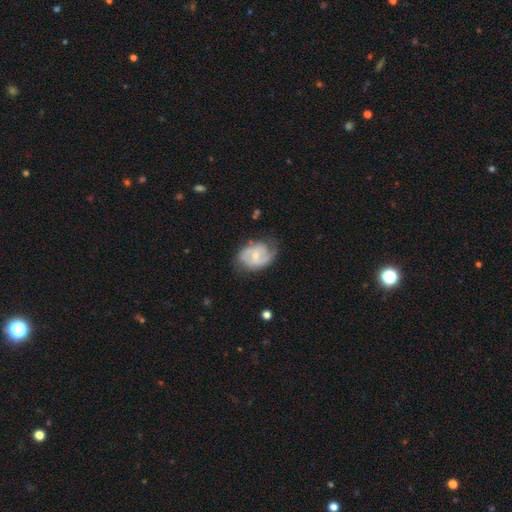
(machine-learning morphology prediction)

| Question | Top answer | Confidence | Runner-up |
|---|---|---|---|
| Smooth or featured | featured or disk | 70% | smooth (24%) |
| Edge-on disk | no | 97% | yes (3%) |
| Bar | weak | 47% | no (42%) |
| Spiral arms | yes | 87% | no (13%) |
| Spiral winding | medium | 45% | tight (32%) |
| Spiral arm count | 2 | 67% | can't tell (16%) |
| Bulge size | small | 55% | moderate (39%) |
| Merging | none | 61% | minor disturbance (26%) |